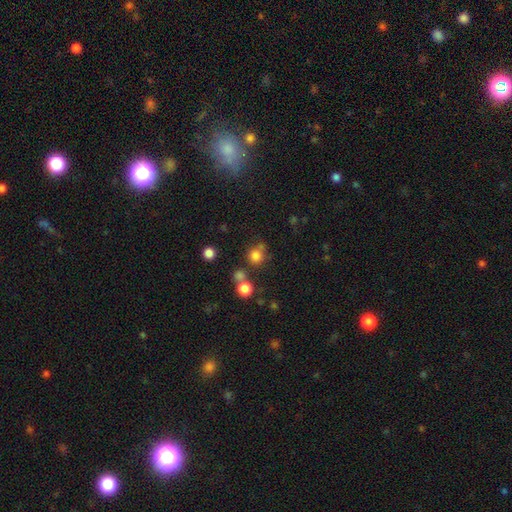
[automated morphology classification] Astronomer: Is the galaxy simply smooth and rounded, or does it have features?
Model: smooth — 77%.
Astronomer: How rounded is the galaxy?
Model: round — 89%.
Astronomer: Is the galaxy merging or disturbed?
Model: none — 66%.